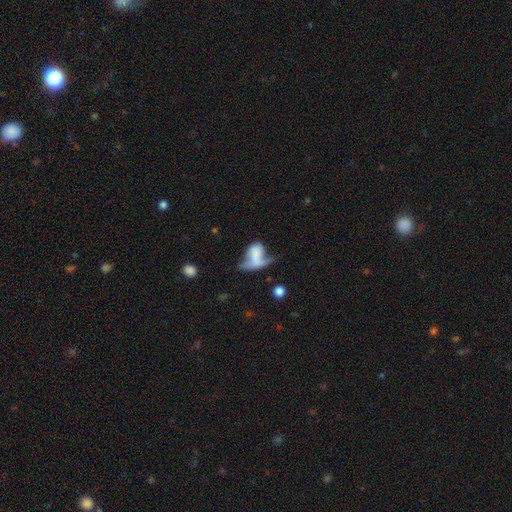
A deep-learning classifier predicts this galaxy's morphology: Smooth or featured?
  - smooth: 46% *
  - featured or disk: 44%
  - star or artifact: 10%
Merging?
  - major disturbance: 45% *
  - merger: 19%
  - none: 18%
  - minor disturbance: 17%